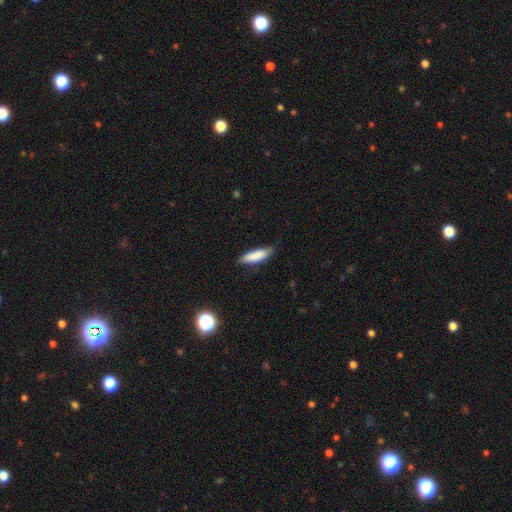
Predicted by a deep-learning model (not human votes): This appears to be a smooth galaxy with no disk features (84%) that is cigar-shaped (59%). Merging: none (77%).